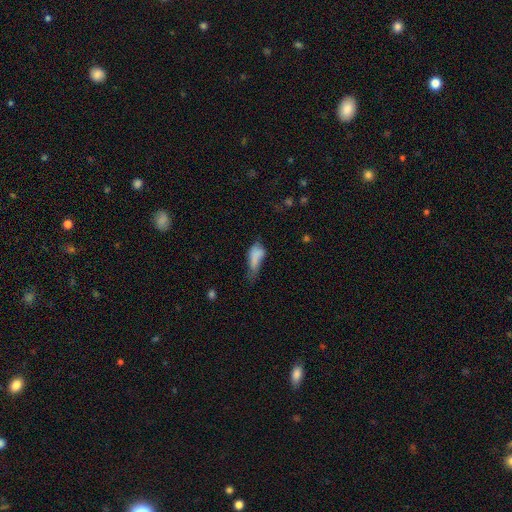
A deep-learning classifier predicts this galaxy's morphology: Smooth or featured?
  - smooth: 71% *
  - featured or disk: 17%
  - star or artifact: 11%
How rounded?
  - in between: 78% *
  - cigar-shaped: 18%
  - round: 4%
Merging?
  - major disturbance: 39% *
  - minor disturbance: 33%
  - none: 20%
  - merger: 8%